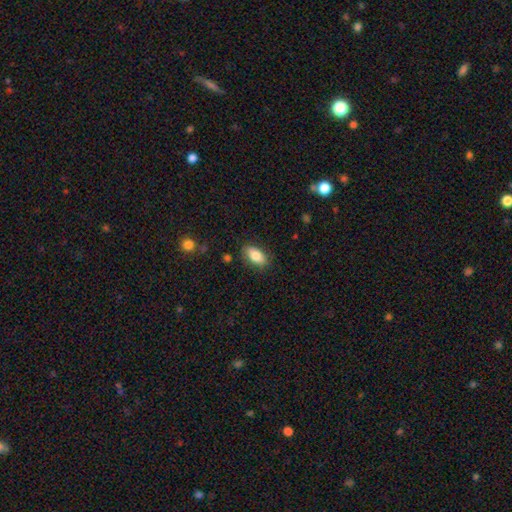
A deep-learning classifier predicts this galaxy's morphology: Q: Smooth or featured?
A: smooth (81%); runner-up: featured or disk (11%)
Q: How rounded?
A: in between (90%); runner-up: cigar-shaped (5%)
Q: Merging?
A: none (82%); runner-up: minor disturbance (13%)